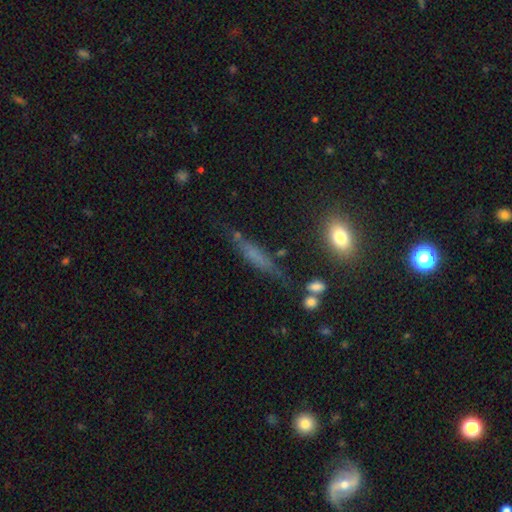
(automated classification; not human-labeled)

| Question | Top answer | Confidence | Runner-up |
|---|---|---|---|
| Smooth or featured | smooth | 54% | featured or disk (32%) |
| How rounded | cigar-shaped | 82% | in between (14%) |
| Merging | none | 65% | minor disturbance (21%) |